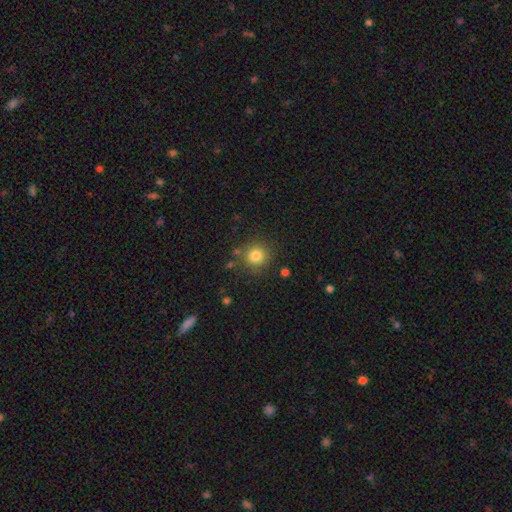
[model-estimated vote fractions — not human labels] The model was most divided on "smooth or featured": smooth: 81%, star or artifact: 12%, featured or disk: 6%. More confident: how rounded — round (92%); merging — none (84%).